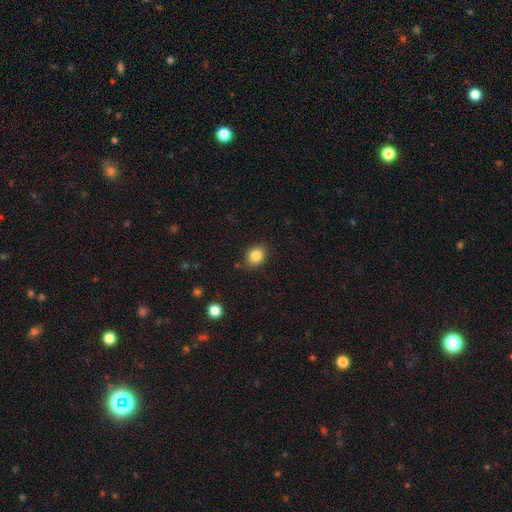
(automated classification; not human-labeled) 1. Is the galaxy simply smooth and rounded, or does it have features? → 84% smooth, 10% star or artifact, 6% featured or disk.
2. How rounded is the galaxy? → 58% in between, 41% round, 1% cigar-shaped.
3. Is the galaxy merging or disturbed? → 85% none, 11% minor disturbance, 2% major disturbance, 2% merger.